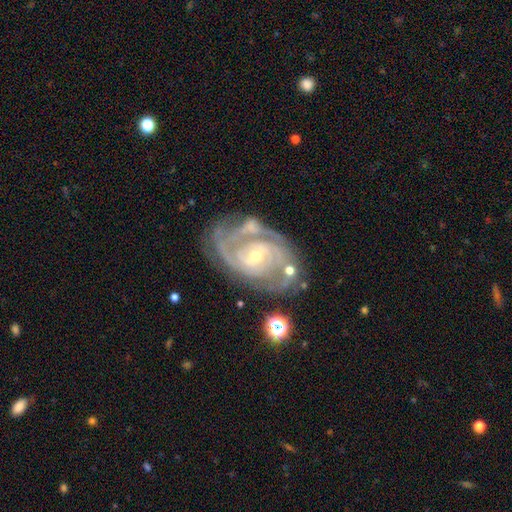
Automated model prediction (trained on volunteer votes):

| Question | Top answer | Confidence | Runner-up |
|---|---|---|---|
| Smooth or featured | featured or disk | 89% | star or artifact (6%) |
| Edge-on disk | no | 97% | yes (3%) |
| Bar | weak | 42% | no (38%) |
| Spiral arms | yes | 97% | no (3%) |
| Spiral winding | tight | 60% | medium (33%) |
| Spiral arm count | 2 | 43% | 3 (22%) |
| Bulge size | small | 62% | moderate (34%) |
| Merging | none | 62% | minor disturbance (19%) |